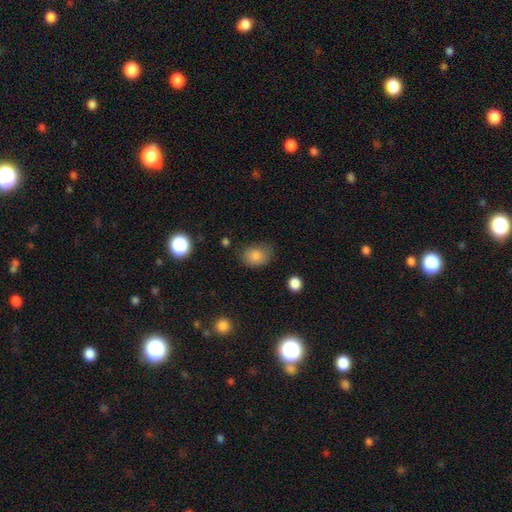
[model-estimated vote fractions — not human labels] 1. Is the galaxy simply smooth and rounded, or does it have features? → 85% smooth, 9% star or artifact, 6% featured or disk.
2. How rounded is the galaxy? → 65% in between, 34% round, 1% cigar-shaped.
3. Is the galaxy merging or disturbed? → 70% none, 23% minor disturbance, 6% major disturbance, 2% merger.